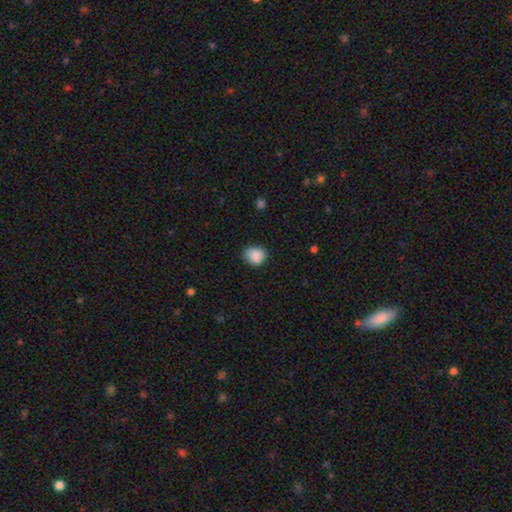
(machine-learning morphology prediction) A smooth galaxy with no disk features (89%) that is round (66%). Merging: none (78%).